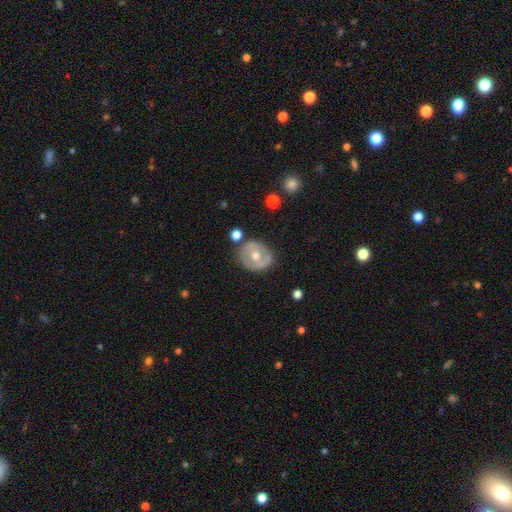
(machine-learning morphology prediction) The model was most divided on "smooth or featured": featured or disk: 58%, smooth: 35%, star or artifact: 7%. More confident: edge-on disk — no (95%); merging — none (76%); bulge size — moderate (75%); spiral arms — no (73%); bar — no (71%).